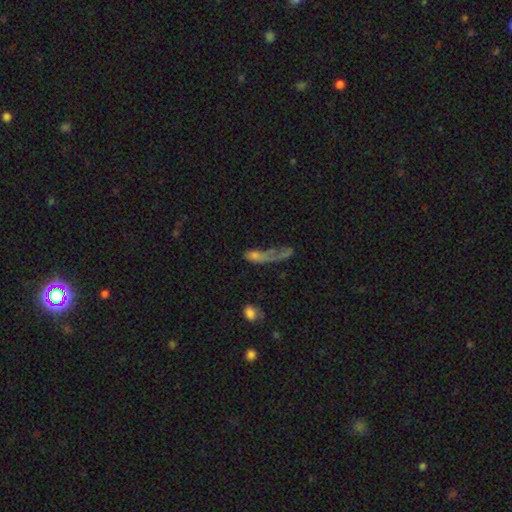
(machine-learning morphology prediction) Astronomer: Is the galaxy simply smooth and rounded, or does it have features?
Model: smooth — 42% (runner-up: featured or disk, 38%).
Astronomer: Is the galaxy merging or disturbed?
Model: major disturbance — 45% (runner-up: none, 25%).